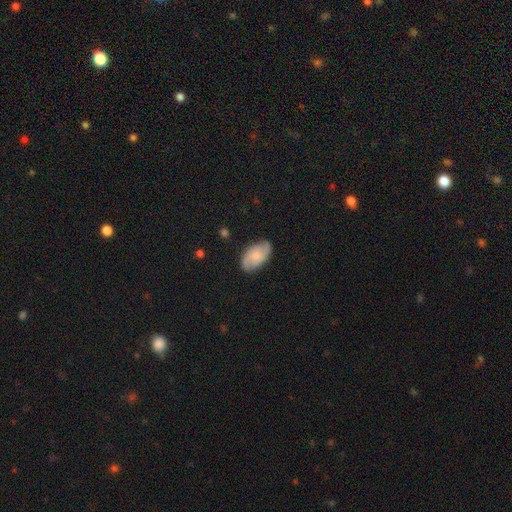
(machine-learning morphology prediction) A smooth galaxy with no disk features (47%).

Vote fractions:
- Smooth or featured? smooth: 47% / featured or disk: 46% / star or artifact: 7%
- Merging? none: 78% / minor disturbance: 17% / major disturbance: 4% / merger: 1%